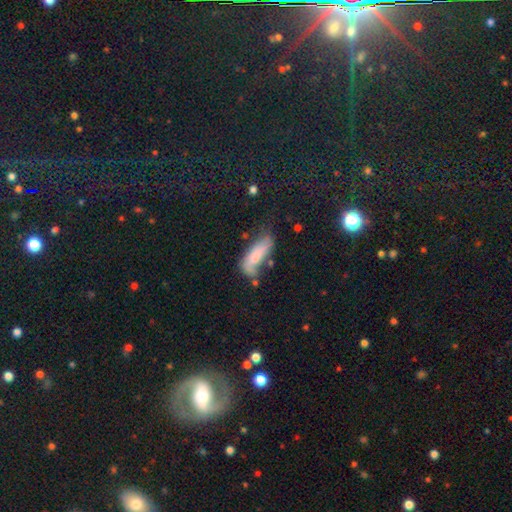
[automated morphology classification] Q: Smooth or featured?
A: smooth (67%); runner-up: featured or disk (25%)
Q: How rounded?
A: in between (64%); runner-up: cigar-shaped (33%)
Q: Merging?
A: none (40%); runner-up: minor disturbance (30%)